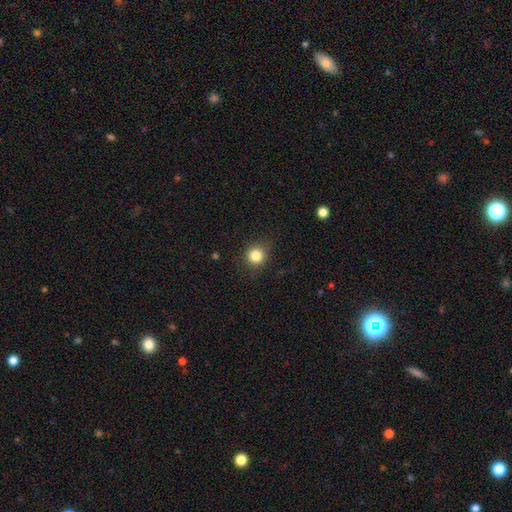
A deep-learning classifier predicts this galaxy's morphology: Q: Smooth or featured?
A: smooth (84%); runner-up: star or artifact (11%)
Q: How rounded?
A: round (90%); runner-up: in between (10%)
Q: Merging?
A: none (87%); runner-up: minor disturbance (9%)